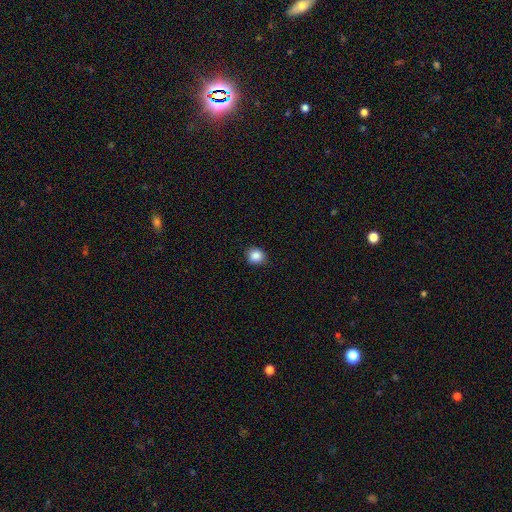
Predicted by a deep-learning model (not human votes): smooth_or_featured: smooth (p=0.87) [alt: star or artifact p=0.10]
how_rounded: round (p=0.84) [alt: in between p=0.15]
merging: none (p=0.87) [alt: minor disturbance p=0.10]